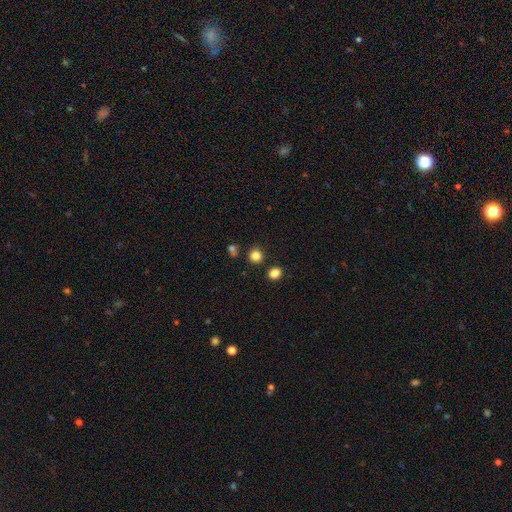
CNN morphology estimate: This is clearly a smooth galaxy (83%). How rounded: clearly round (87%). Merging: clearly none (83%).